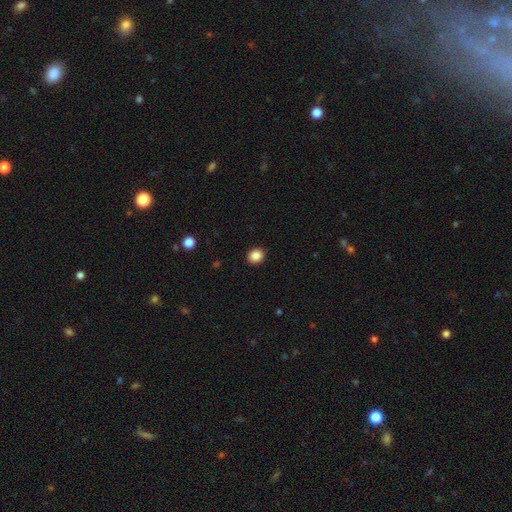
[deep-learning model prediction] Smooth or featured? Predicted: smooth (p=0.87). How rounded? Predicted: round (p=0.68). Merging? Predicted: none (p=0.92).